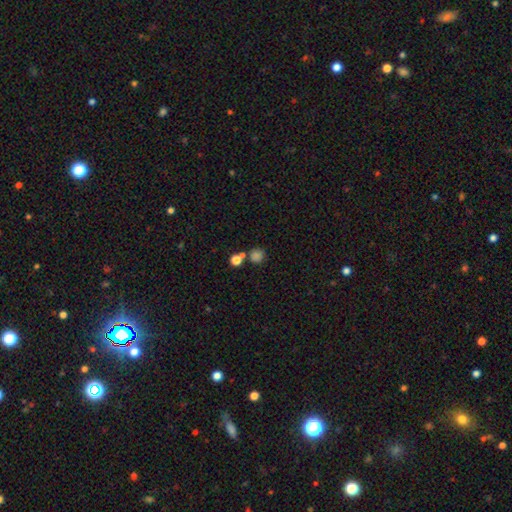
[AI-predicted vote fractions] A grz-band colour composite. It shows a smooth galaxy with no disk features (67%) that is round (88%). Merging: none (71%).